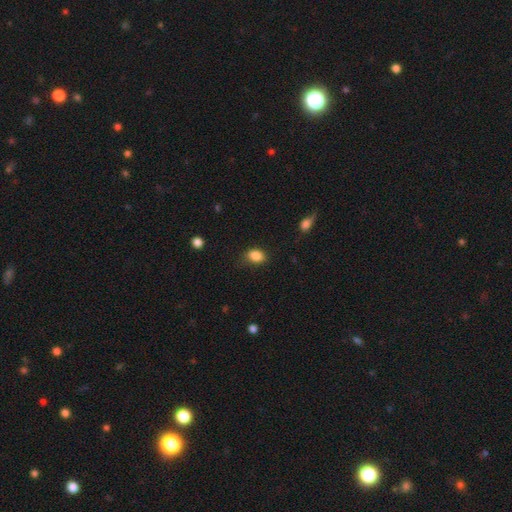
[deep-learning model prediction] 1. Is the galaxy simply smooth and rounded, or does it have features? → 86% smooth, 9% star or artifact, 5% featured or disk.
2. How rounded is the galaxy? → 72% in between, 27% round, 1% cigar-shaped.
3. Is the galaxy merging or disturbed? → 72% none, 21% minor disturbance, 5% major disturbance, 2% merger.